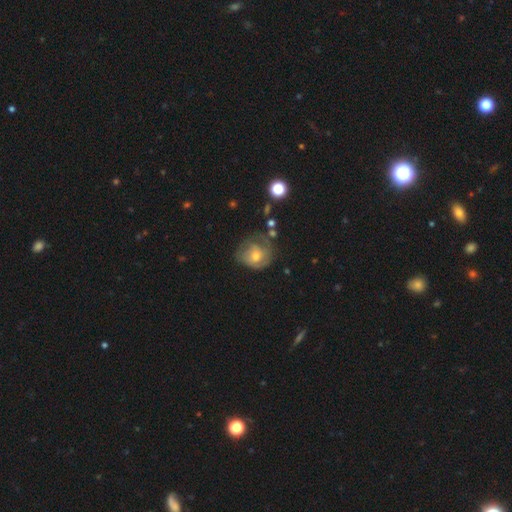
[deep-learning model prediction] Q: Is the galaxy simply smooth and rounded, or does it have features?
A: smooth — 45%, tied with featured or disk.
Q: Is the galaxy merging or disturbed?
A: none — 50%.